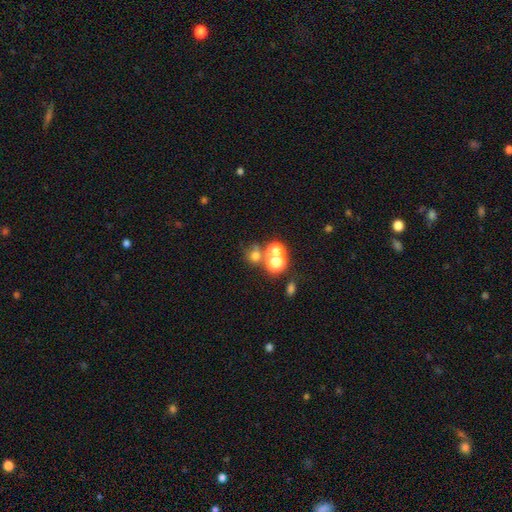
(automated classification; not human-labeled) smooth_or_featured: smooth (p=0.61) [alt: star or artifact p=0.27]
how_rounded: round (p=0.85) [alt: in between p=0.14]
merging: none (p=0.52) [alt: merger p=0.36]